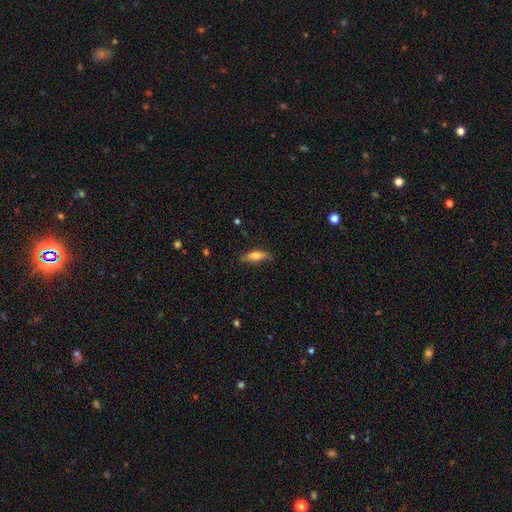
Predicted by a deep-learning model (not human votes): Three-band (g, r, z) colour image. It shows a smooth galaxy with no disk features (70%) that is in between round and cigar-shaped (54%). Merging: none (74%).